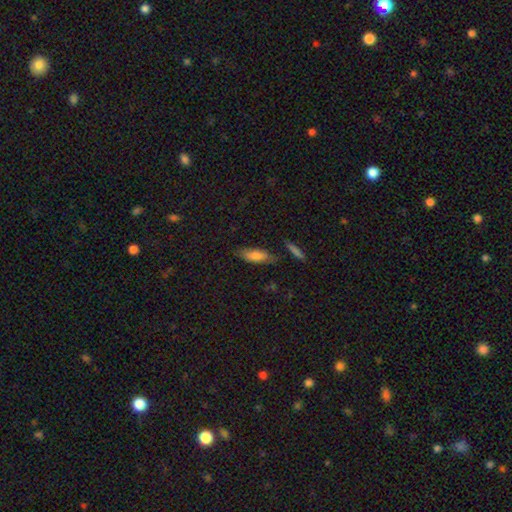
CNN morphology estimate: The model was most divided on "how rounded": in between: 64%, cigar-shaped: 34%, round: 2%. More confident: smooth or featured — smooth (75%); merging — none (73%).